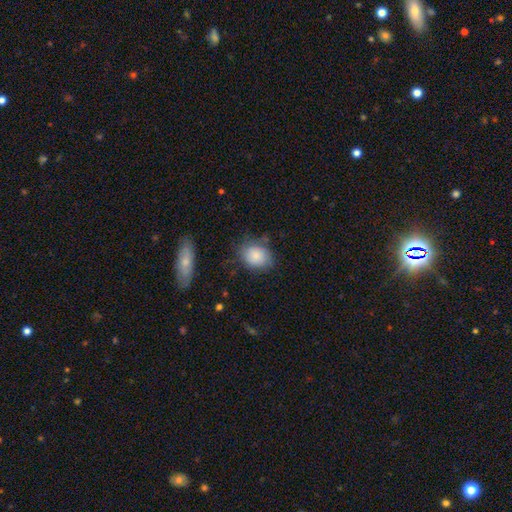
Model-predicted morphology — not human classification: Overall: smooth (83%). How rounded: round (55%; in between 44%). Merging: none (68%).